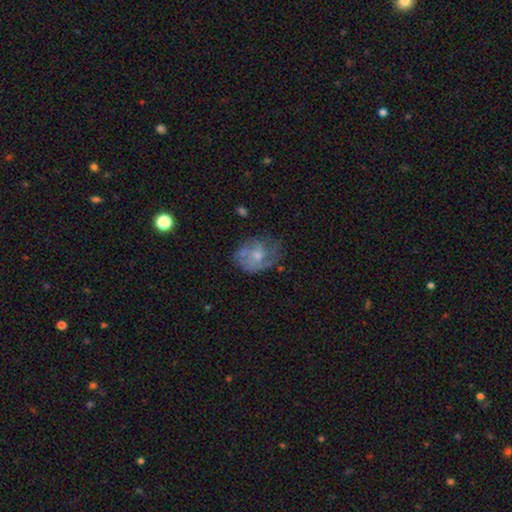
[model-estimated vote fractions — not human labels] featured or disk 52%, smooth 39%, star or artifact 9%. Down the decision tree: edge-on disk — no (97%); bar — no (80%); spiral arms — yes (52%); bulge size — moderate (44%); merging — none (47%).